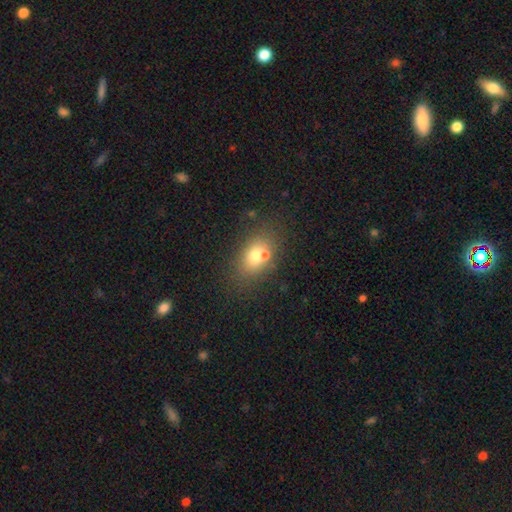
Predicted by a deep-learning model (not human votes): smooth-or-featured: smooth: 66% | featured or disk: 22% | star or artifact: 13%
  how-rounded: in between: 68% | round: 30% | cigar-shaped: 2%
  merging: none: 52% | merger: 32% | minor disturbance: 12% | major disturbance: 5%